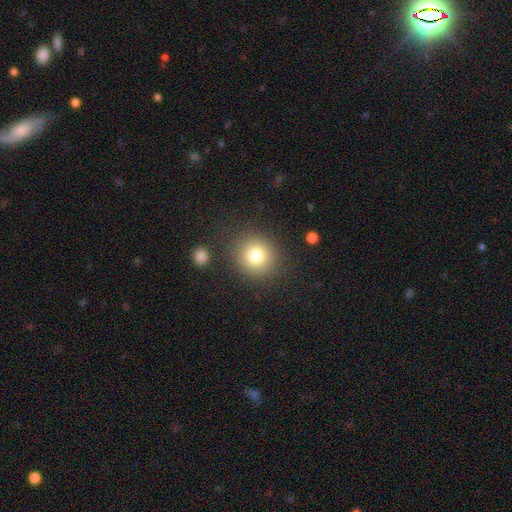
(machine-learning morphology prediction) The model was most divided on "smooth or featured": smooth: 79%, star or artifact: 12%, featured or disk: 9%. More confident: how rounded — round (89%); merging — none (86%).